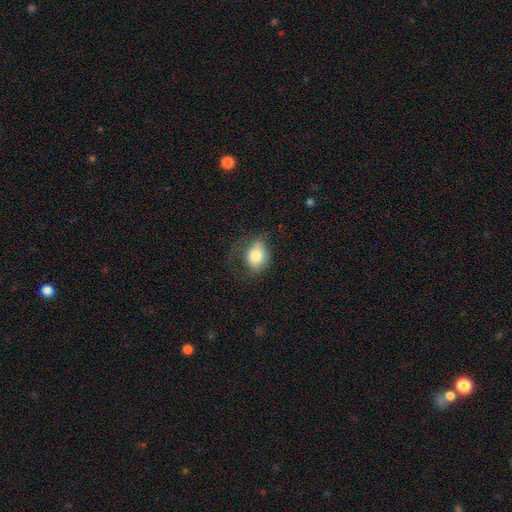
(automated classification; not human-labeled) A smooth galaxy with no disk features (80%) that is in between round and cigar-shaped (53%). Merging: none (46%).